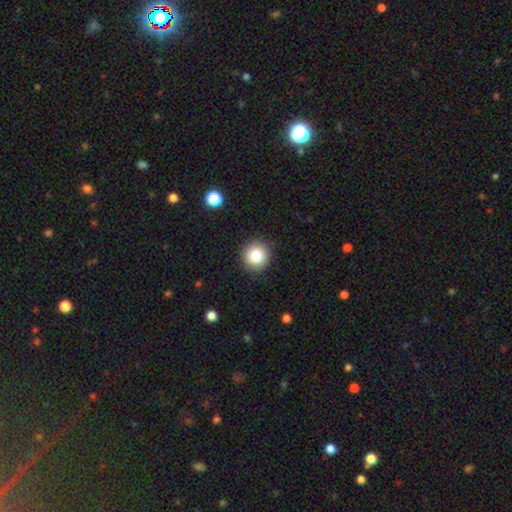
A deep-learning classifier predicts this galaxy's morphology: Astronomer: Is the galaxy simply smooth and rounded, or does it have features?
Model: smooth — 84%.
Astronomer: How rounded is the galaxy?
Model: round — 93%.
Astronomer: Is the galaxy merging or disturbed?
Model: none — 91%.